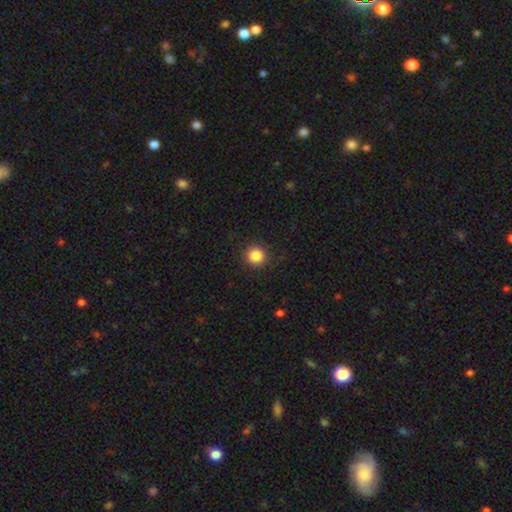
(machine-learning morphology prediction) Smooth or featured? Predicted: smooth (p=0.85). How rounded? Predicted: round (p=0.94). Merging? Predicted: none (p=0.90).